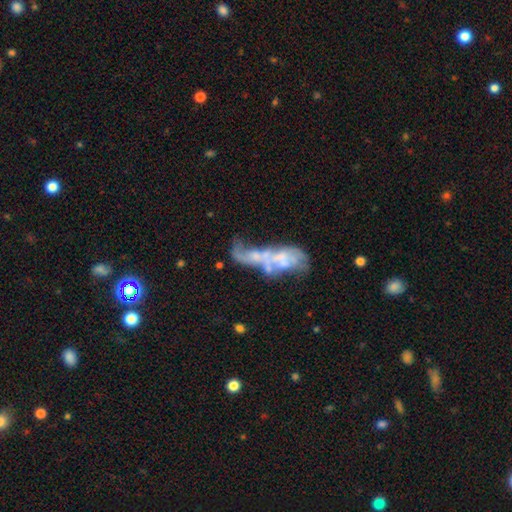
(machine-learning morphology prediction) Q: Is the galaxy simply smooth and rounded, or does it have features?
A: featured or disk — 60%.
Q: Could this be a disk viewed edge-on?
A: no — 94%.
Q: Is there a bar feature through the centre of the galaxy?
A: no — 83%.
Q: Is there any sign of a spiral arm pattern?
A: no — 81%.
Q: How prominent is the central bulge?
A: none — 55%.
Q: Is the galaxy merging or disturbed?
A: merger — 52%.